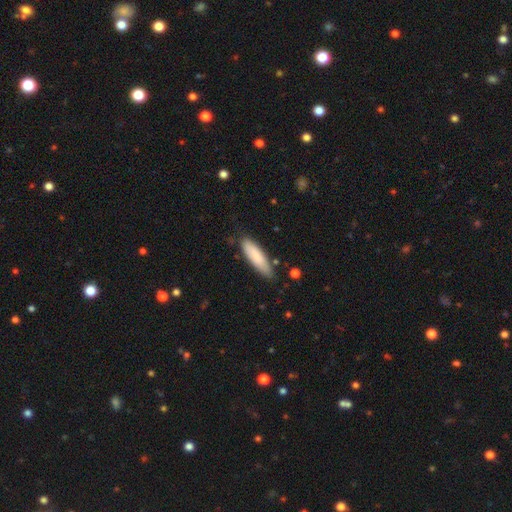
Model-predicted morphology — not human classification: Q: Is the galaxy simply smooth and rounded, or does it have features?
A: smooth — 82%.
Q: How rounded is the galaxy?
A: cigar-shaped — 62%.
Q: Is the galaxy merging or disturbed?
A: none — 80%.